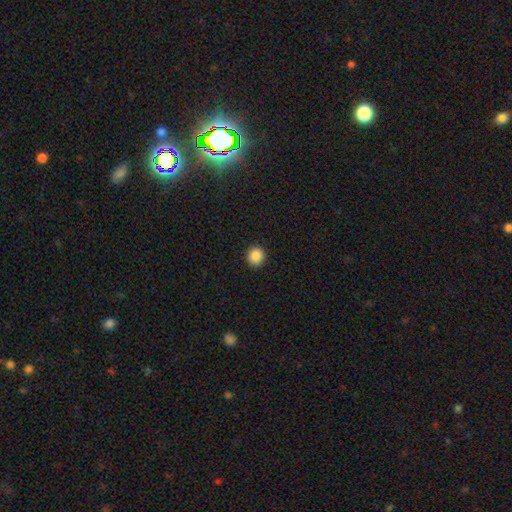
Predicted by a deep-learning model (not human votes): A smooth galaxy with no disk features (88%) that is round (90%).

Vote fractions:
- Smooth or featured? smooth: 88% / star or artifact: 9% / featured or disk: 3%
- How rounded? round: 90% / in between: 9% / cigar-shaped: 1%
- Merging? none: 92% / minor disturbance: 5% / major disturbance: 2% / merger: 1%